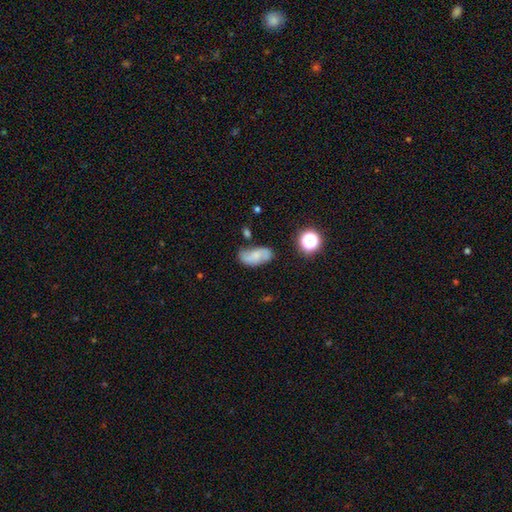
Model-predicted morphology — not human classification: Overall: smooth (45%; featured or disk 44%). Merging: none (66%).